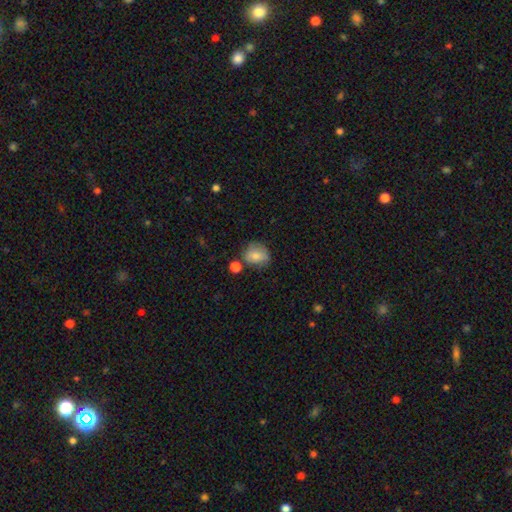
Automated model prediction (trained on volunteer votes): Smooth or featured?
  - smooth: 77% *
  - featured or disk: 14%
  - star or artifact: 9%
How rounded?
  - round: 66% *
  - in between: 33%
  - cigar-shaped: 1%
Merging?
  - none: 59% *
  - minor disturbance: 23%
  - merger: 12%
  - major disturbance: 7%